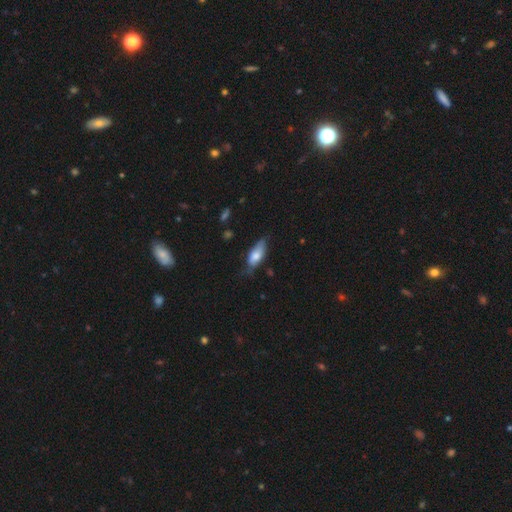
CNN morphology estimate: This appears to be a smooth galaxy with no disk features (73%) that is in between round and cigar-shaped (80%). Merging: none (51%).